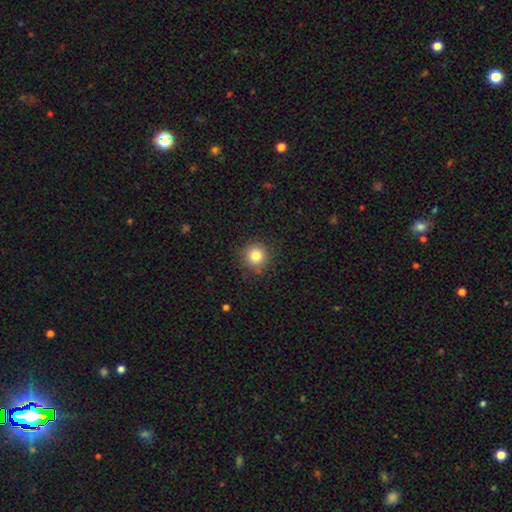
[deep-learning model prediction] Smooth or featured: smooth — 82% (star or artifact — 12%)
How rounded: round — 94% (in between — 5%)
Merging: none — 88% (minor disturbance — 8%)